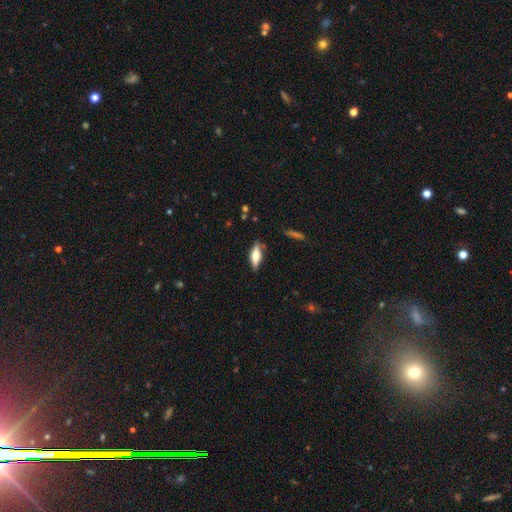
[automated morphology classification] A smooth galaxy with no disk features (52%) that is in between round and cigar-shaped (53%). Merging: none (80%).